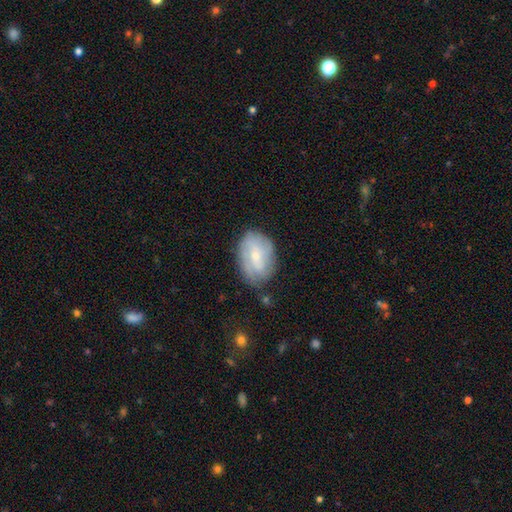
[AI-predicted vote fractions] Smooth or featured: featured or disk — 54% (smooth — 38%)
Edge-on disk: no — 95% (yes — 5%)
Bar: weak — 46% (no — 42%)
Spiral arms: yes — 77% (no — 23%)
Bulge size: small — 58% (moderate — 36%)
Merging: none — 68% (minor disturbance — 23%)